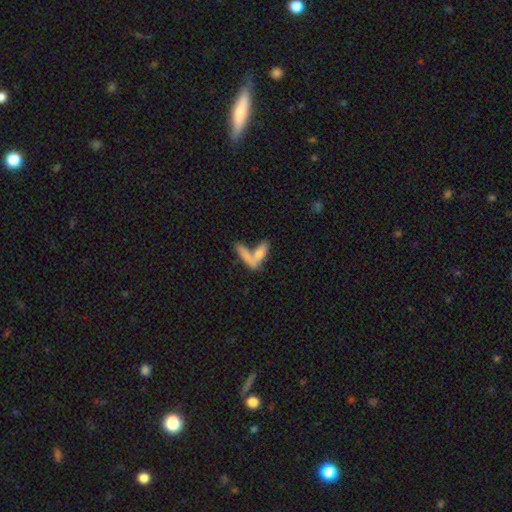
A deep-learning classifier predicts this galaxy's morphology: This appears to be a smooth galaxy with no disk features (68%) that is cigar-shaped (59%). Merging: merger (56%).